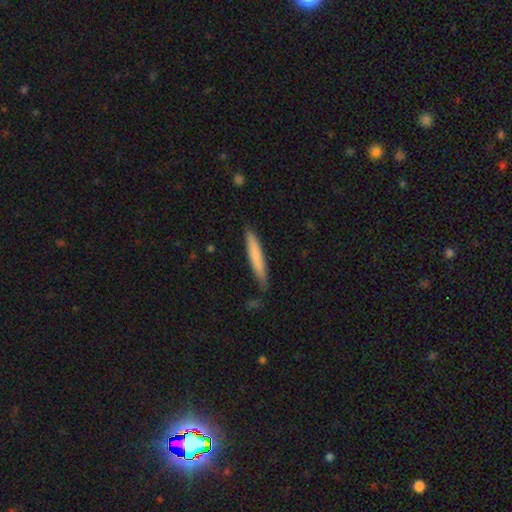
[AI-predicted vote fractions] A smooth galaxy with no disk features (74%) that is cigar-shaped (95%). Merging: none (82%).